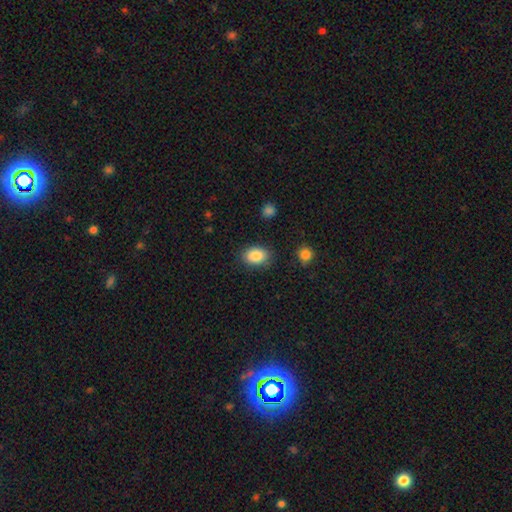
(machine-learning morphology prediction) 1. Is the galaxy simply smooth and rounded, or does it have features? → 87% smooth, 8% star or artifact, 5% featured or disk.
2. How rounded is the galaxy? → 78% in between, 21% round, 1% cigar-shaped.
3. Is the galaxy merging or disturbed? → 84% none, 11% minor disturbance, 3% major disturbance, 2% merger.